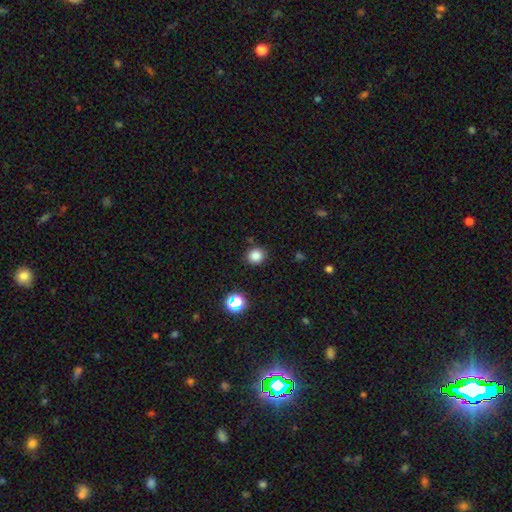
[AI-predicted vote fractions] smooth 82%, star or artifact 14%, featured or disk 4%. Down the decision tree: how rounded — round (87%); merging — none (86%).